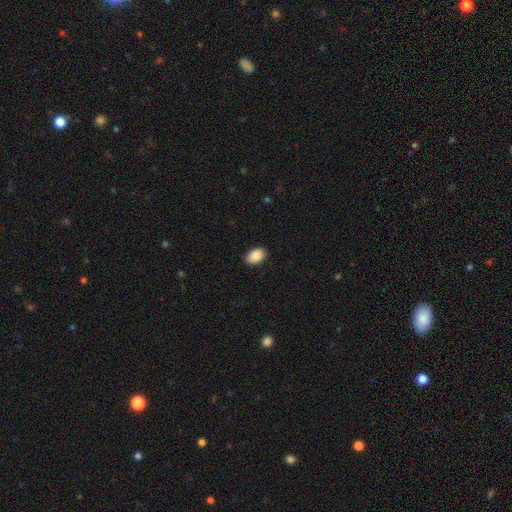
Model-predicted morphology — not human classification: A smooth galaxy with no disk features (88%) that is in between round and cigar-shaped (89%).

Vote fractions:
- Smooth or featured? smooth: 88% / star or artifact: 7% / featured or disk: 5%
- How rounded? in between: 89% / round: 10% / cigar-shaped: 1%
- Merging? none: 88% / minor disturbance: 9% / major disturbance: 2% / merger: 1%